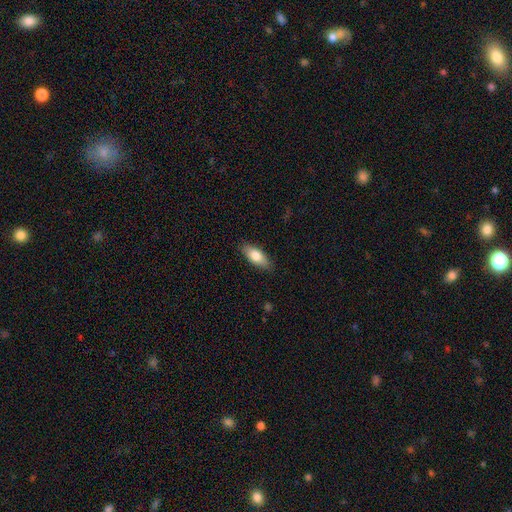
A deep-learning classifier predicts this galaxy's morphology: Smooth or featured? Predicted: smooth (p=0.78). How rounded? Predicted: in between (p=0.79). Merging? Predicted: none (p=0.85).